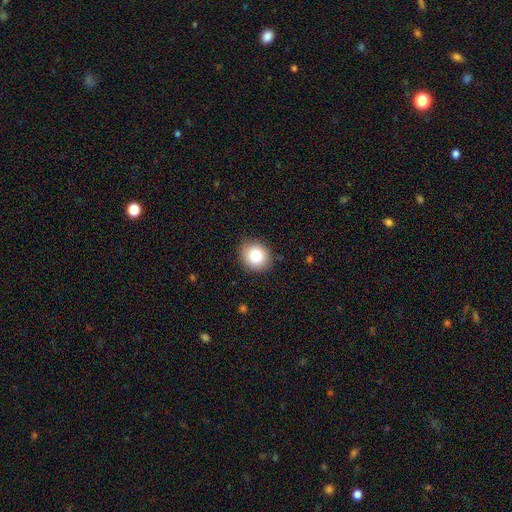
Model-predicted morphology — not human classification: Q: Smooth or featured?
A: smooth (81%); runner-up: star or artifact (10%)
Q: How rounded?
A: round (78%); runner-up: in between (22%)
Q: Merging?
A: none (87%); runner-up: minor disturbance (10%)